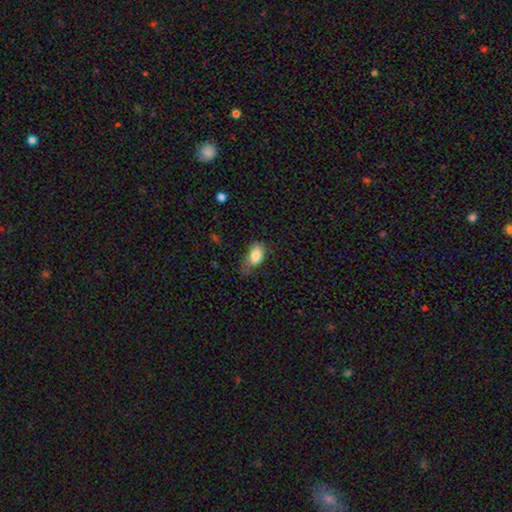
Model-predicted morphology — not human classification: A smooth galaxy with no disk features (83%) that is in between round and cigar-shaped (90%).

Vote fractions:
- Smooth or featured? smooth: 83% / featured or disk: 9% / star or artifact: 8%
- How rounded? in between: 90% / round: 7% / cigar-shaped: 4%
- Merging? none: 42% / minor disturbance: 39% / major disturbance: 17% / merger: 2%